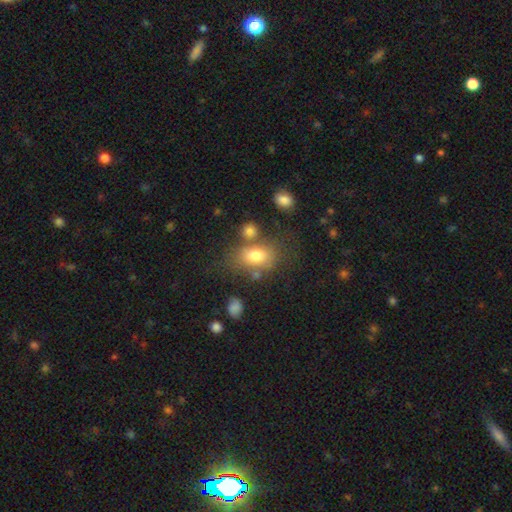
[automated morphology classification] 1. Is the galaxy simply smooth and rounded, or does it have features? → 75% smooth, 14% featured or disk, 11% star or artifact.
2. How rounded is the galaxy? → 76% in between, 23% round, 2% cigar-shaped.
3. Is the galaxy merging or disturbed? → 57% none, 17% minor disturbance, 17% merger, 9% major disturbance.